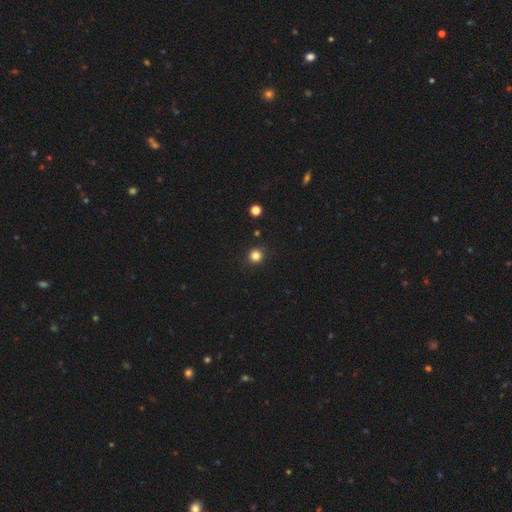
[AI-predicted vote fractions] smooth 83%, star or artifact 13%, featured or disk 4%. Down the decision tree: how rounded — round (94%); merging — none (91%).